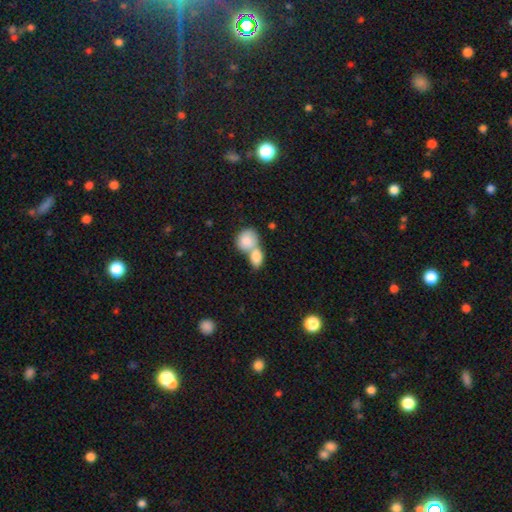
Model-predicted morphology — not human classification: Overall: smooth (83%). How rounded: in between (67%; round 30%). Merging: merger (71%).